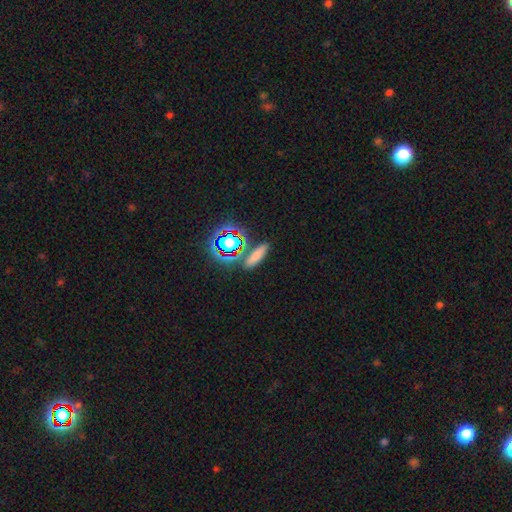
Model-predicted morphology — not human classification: smooth-or-featured: smooth: 67% | star or artifact: 21% | featured or disk: 12%
  how-rounded: cigar-shaped: 51% | in between: 41% | round: 8%
  merging: none: 79% | minor disturbance: 10% | merger: 8% | major disturbance: 3%